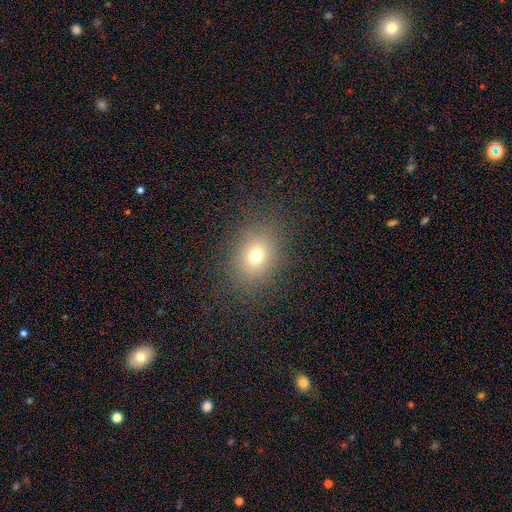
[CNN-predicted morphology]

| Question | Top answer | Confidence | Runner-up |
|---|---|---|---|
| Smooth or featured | smooth | 70% | star or artifact (18%) |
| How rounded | in between | 56% | round (43%) |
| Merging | none | 87% | minor disturbance (8%) |